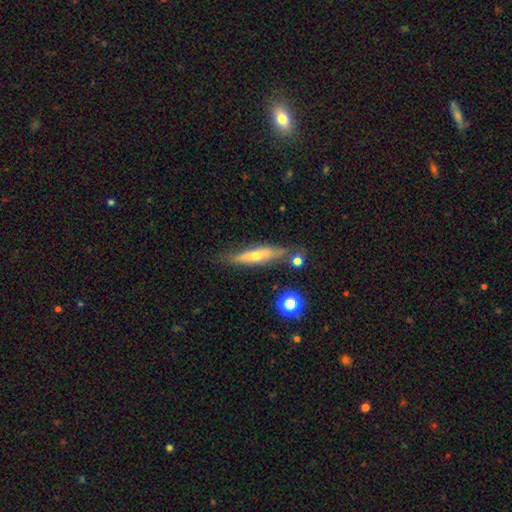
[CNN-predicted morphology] type=featured or disk (54%); edge-on=yes (78%); merging=none (71%).